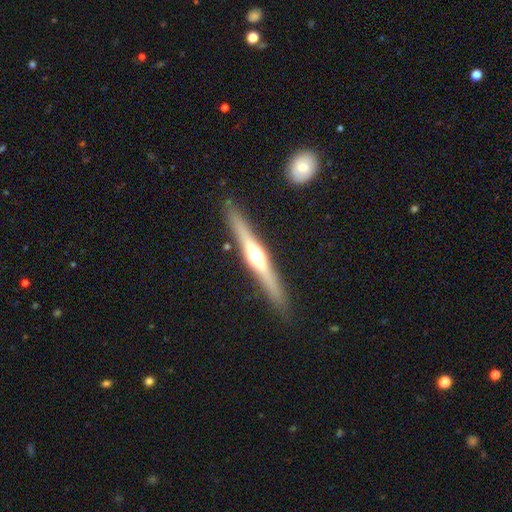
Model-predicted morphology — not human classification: Smooth or featured?
  - featured or disk: 71% *
  - smooth: 23%
  - star or artifact: 6%
Edge-on disk?
  - yes: 97% *
  - no: 3%
Edge-on bulge?
  - rounded: 92% *
  - boxy: 4%
  - none: 4%
Merging?
  - none: 88% *
  - minor disturbance: 8%
  - major disturbance: 2%
  - merger: 1%